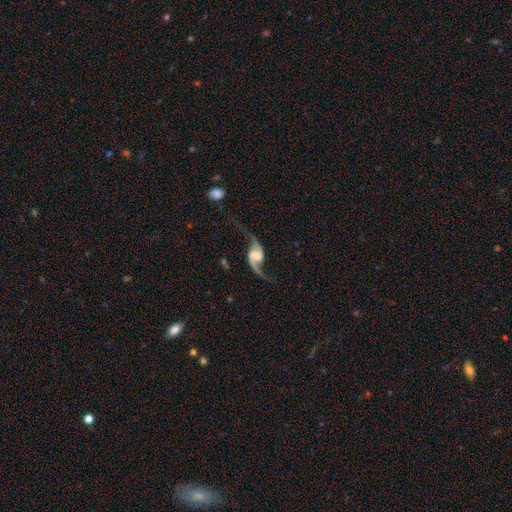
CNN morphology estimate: Smooth or featured?
  - featured or disk: 91% *
  - star or artifact: 5%
  - smooth: 4%
Edge-on disk?
  - no: 97% *
  - yes: 3%
Bar?
  - weak: 46% *
  - no: 35%
  - strong: 20%
Spiral arms?
  - yes: 98% *
  - no: 2%
Spiral winding?
  - loose: 87% *
  - medium: 11%
  - tight: 2%
Spiral arm count?
  - 2: 94% *
  - 1: 2%
  - can't tell: 1%
  - 3: 1%
  - 4: 1%
  - more than 4: 1%
Bulge size?
  - none: 30% *
  - moderate: 25%
  - small: 22%
  - large: 19%
  - dominant: 4%
Merging?
  - none: 71% *
  - minor disturbance: 14%
  - major disturbance: 12%
  - merger: 3%